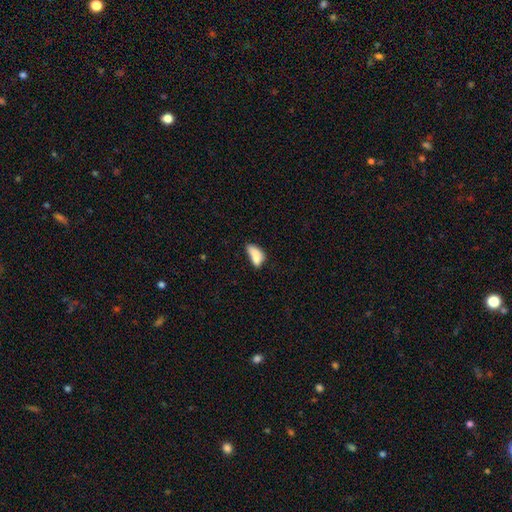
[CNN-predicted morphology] Smooth or featured? smooth (77%)
How rounded? in between (86%)
Merging? minor disturbance (31%, tied with none)